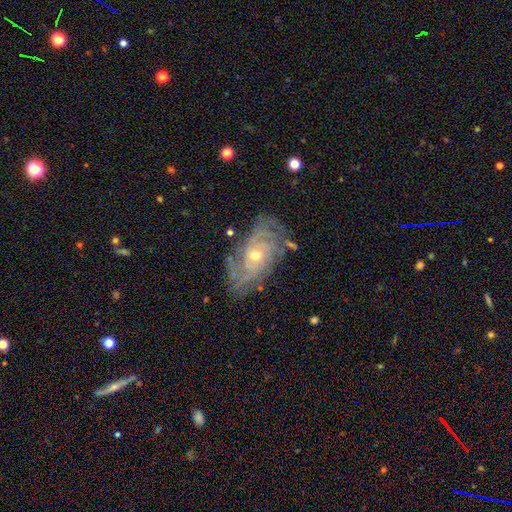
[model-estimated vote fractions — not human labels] Smooth or featured? featured or disk (84%)
Edge-on disk? no (94%)
Bar? no (76%)
Spiral arms? yes (92%)
Spiral winding? tight (65%)
Spiral arm count? can't tell (41%)
Bulge size? small (52%)
Merging? none (71%)